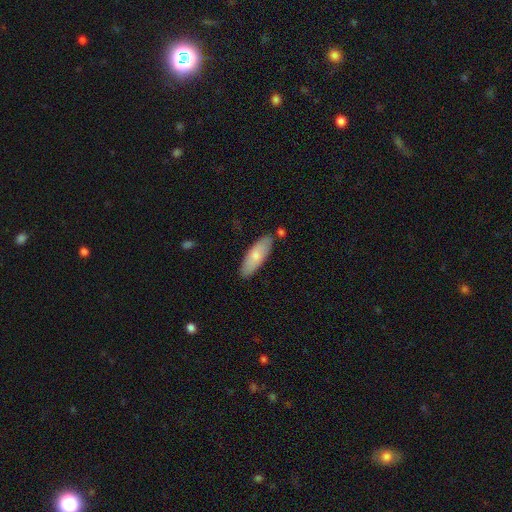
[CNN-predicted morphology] Smooth or featured: smooth — 74% (featured or disk — 20%)
How rounded: in between — 62% (cigar-shaped — 36%)
Merging: none — 81% (minor disturbance — 13%)